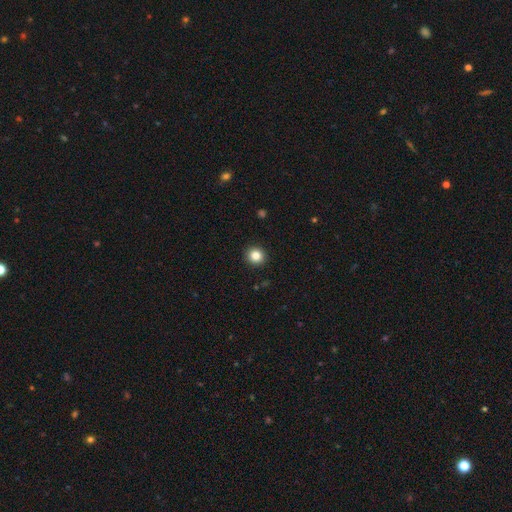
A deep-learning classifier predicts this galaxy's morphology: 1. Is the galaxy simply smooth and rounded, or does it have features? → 84% smooth, 11% star or artifact, 5% featured or disk.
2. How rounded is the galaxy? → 92% round, 7% in between, 1% cigar-shaped.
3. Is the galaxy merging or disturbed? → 93% none, 5% minor disturbance, 2% major disturbance, 1% merger.